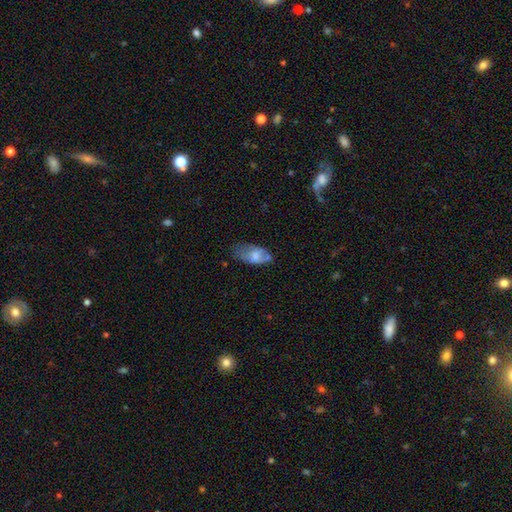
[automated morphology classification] Smooth or featured?
  - smooth: 62% *
  - featured or disk: 30%
  - star or artifact: 8%
How rounded?
  - in between: 92% *
  - cigar-shaped: 4%
  - round: 4%
Merging?
  - none: 44% *
  - minor disturbance: 35%
  - major disturbance: 16%
  - merger: 5%